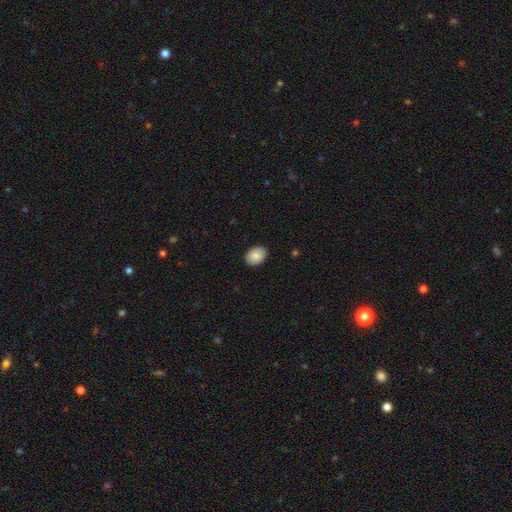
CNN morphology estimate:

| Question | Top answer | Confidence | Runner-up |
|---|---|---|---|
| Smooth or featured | smooth | 85% | featured or disk (8%) |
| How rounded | in between | 77% | round (22%) |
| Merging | none | 89% | minor disturbance (9%) |